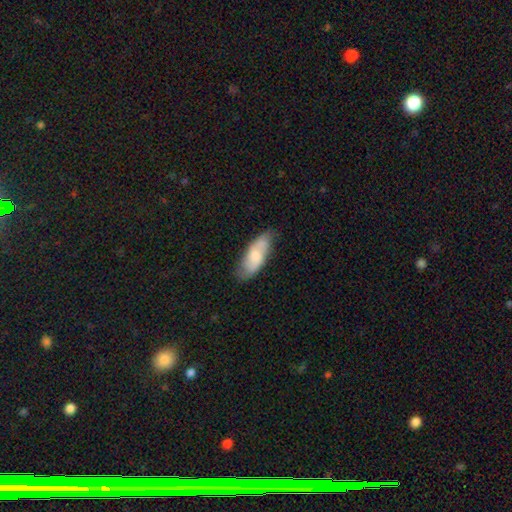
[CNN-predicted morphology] smooth_or_featured: smooth (p=0.66) [alt: featured or disk p=0.28]
how_rounded: in between (p=0.74) [alt: cigar-shaped p=0.24]
merging: none (p=0.67) [alt: minor disturbance p=0.26]